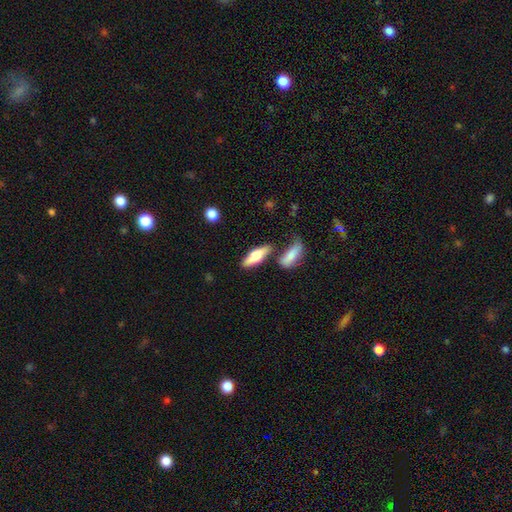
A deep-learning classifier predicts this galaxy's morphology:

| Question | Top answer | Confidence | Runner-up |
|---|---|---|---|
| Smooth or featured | smooth | 59% | featured or disk (35%) |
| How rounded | in between | 50% | cigar-shaped (47%) |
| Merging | none | 67% | merger (16%) |